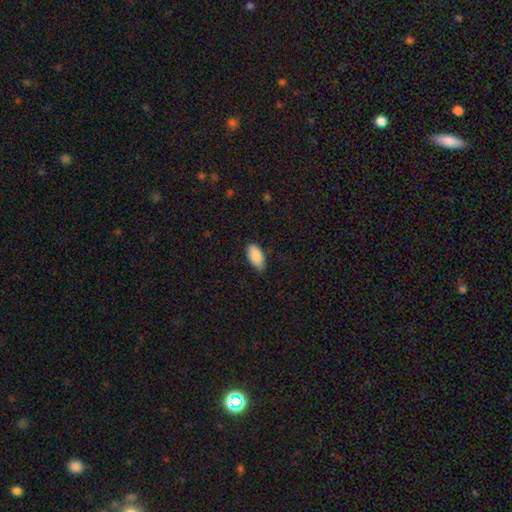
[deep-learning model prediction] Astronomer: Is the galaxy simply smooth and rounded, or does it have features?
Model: smooth — 89%.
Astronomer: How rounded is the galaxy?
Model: in between — 94%.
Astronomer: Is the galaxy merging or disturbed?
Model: none — 75%.